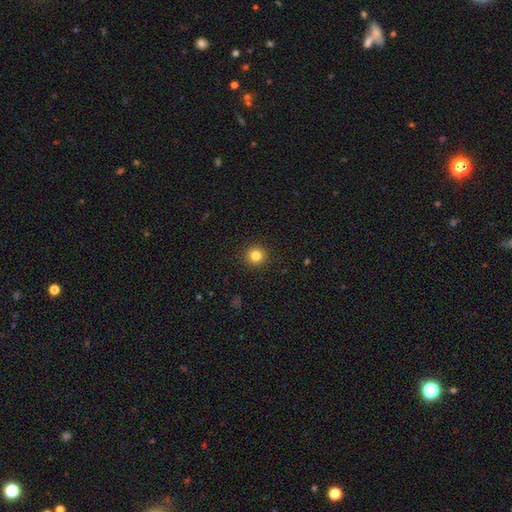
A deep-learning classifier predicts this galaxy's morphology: smooth-or-featured: smooth: 82% | star or artifact: 12% | featured or disk: 6%
  how-rounded: round: 95% | in between: 4% | cigar-shaped: 1%
  merging: none: 92% | minor disturbance: 5% | major disturbance: 2% | merger: 1%